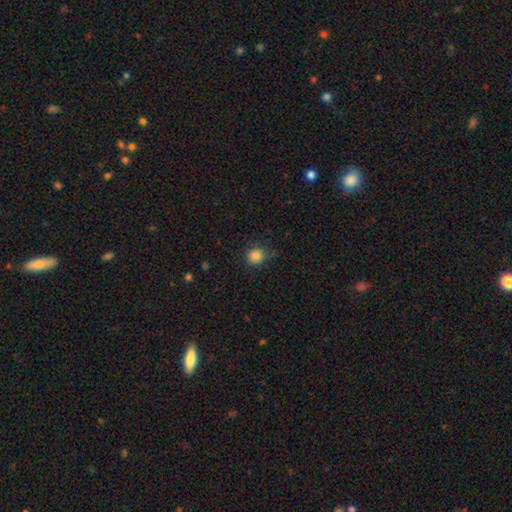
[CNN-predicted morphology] A smooth galaxy with no disk features (85%) that is round (88%).

Vote fractions:
- Smooth or featured? smooth: 85% / star or artifact: 11% / featured or disk: 4%
- How rounded? round: 88% / in between: 11% / cigar-shaped: 1%
- Merging? none: 84% / minor disturbance: 12% / major disturbance: 3% / merger: 2%